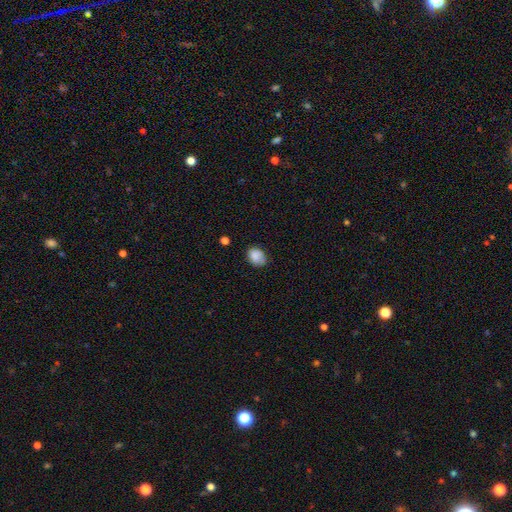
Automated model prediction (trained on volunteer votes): Smooth or featured? Predicted: smooth (p=0.83). How rounded? Predicted: in between (p=0.62). Merging? Predicted: none (p=0.69).